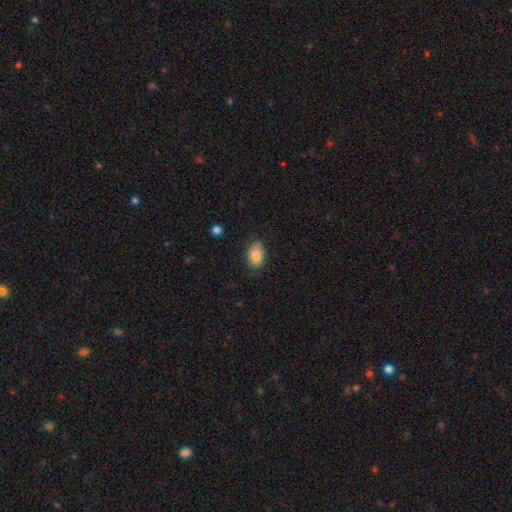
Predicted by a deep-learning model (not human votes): A smooth galaxy with no disk features (81%) that is in between round and cigar-shaped (82%). Merging: none (74%).